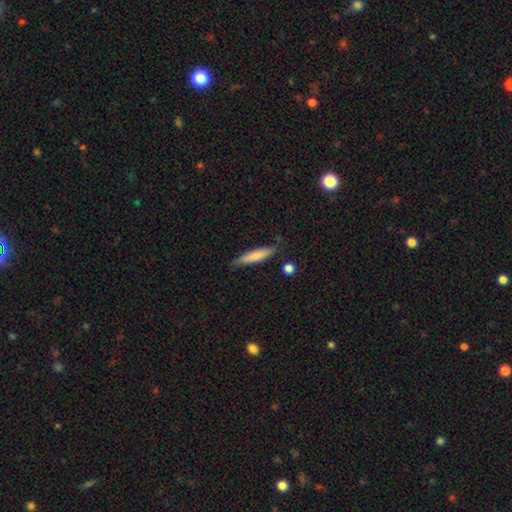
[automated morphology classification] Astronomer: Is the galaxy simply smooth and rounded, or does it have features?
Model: smooth — 78%.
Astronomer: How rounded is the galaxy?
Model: cigar-shaped — 81%.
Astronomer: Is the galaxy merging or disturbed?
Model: none — 78%.